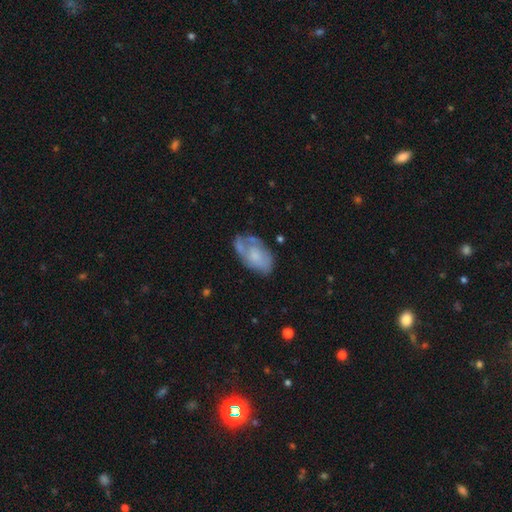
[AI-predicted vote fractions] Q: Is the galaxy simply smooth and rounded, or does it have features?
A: featured or disk — 48%.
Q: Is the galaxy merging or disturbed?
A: none — 51%.